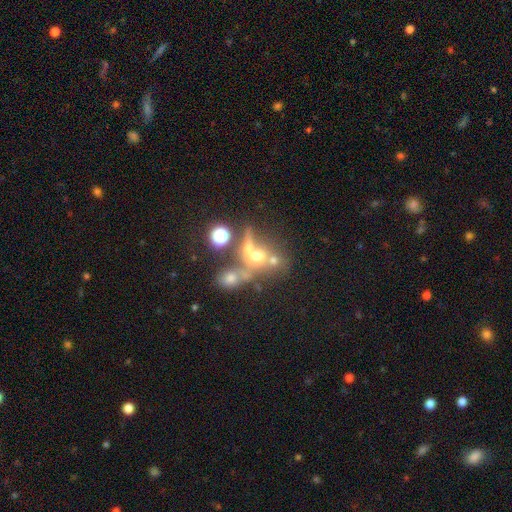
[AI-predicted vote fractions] Smooth or featured?
  - smooth: 37% *
  - featured or disk: 34%
  - star or artifact: 29%
Merging?
  - merger: 52% *
  - none: 25%
  - major disturbance: 15%
  - minor disturbance: 9%